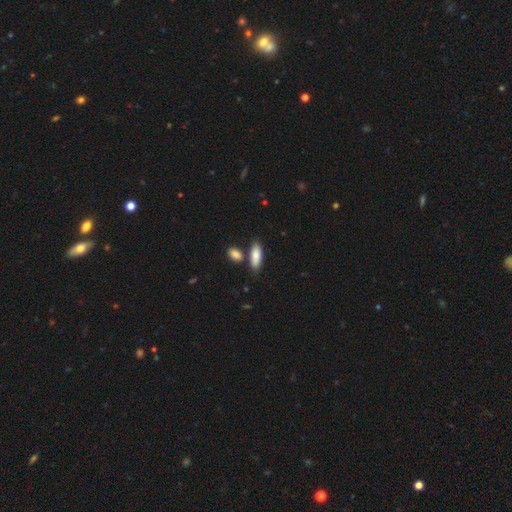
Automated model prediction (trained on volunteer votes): Overall: smooth (84%). How rounded: in between (72%). Merging: none (71%).